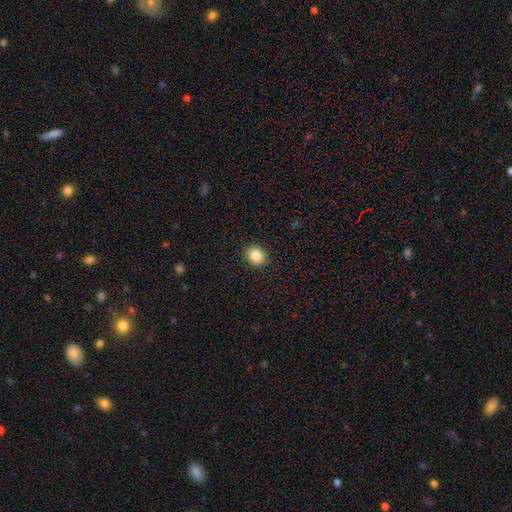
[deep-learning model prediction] This appears to be a smooth galaxy with no disk features (85%) that is round (63%). Merging: none (90%).